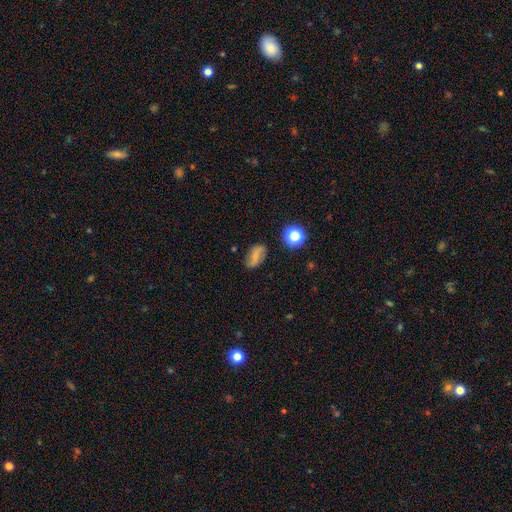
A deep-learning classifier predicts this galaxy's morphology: This is possibly a smooth galaxy (49%). Merging: likely none (77%).